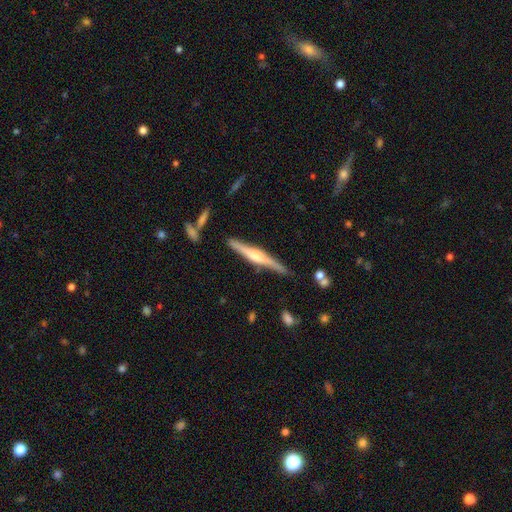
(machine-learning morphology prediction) The model was most divided on "edge-on bulge": rounded: 70%, boxy: 22%, none: 8%. More confident: edge-on disk — yes (98%); merging — none (85%); smooth or featured — featured or disk (73%).